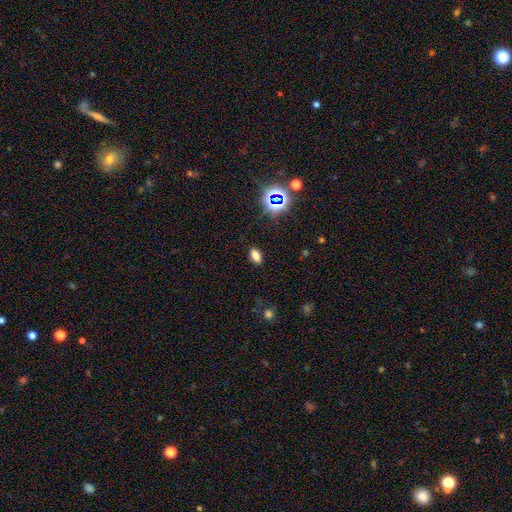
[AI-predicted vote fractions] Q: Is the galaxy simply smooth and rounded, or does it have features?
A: smooth — 73%.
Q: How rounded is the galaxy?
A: in between — 88%.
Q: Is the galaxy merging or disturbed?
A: none — 87%.